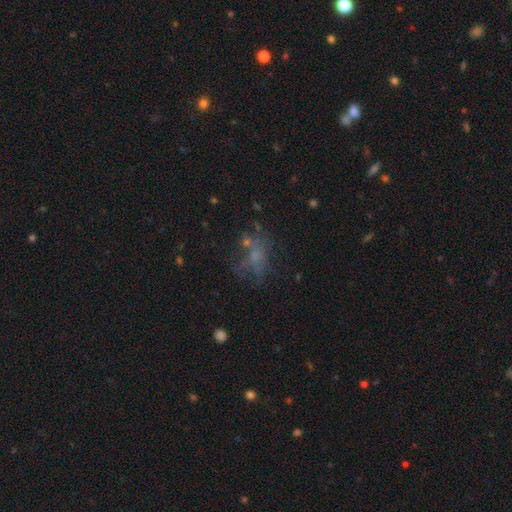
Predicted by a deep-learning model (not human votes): A smooth galaxy with no disk features (39%). Merging: none (45%).